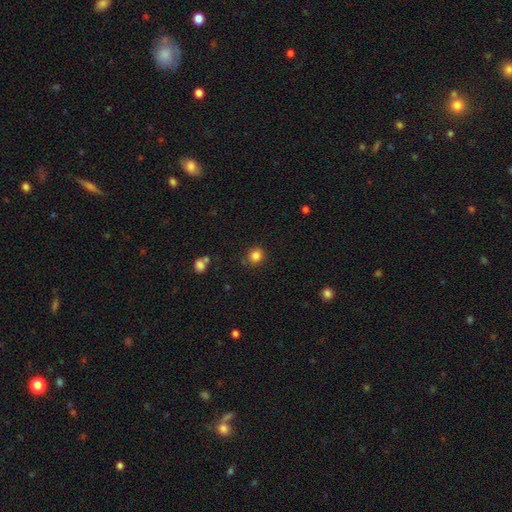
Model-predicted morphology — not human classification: A smooth galaxy with no disk features (84%) that is round (85%). Merging: none (84%).